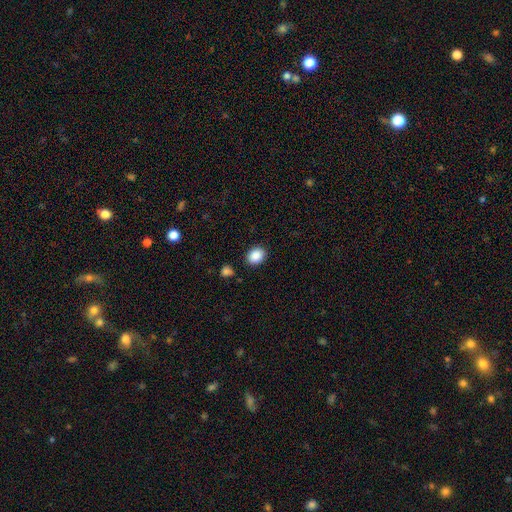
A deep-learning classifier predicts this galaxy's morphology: Overall: smooth (89%). How rounded: round (50%; in between 49%). Merging: none (86%).